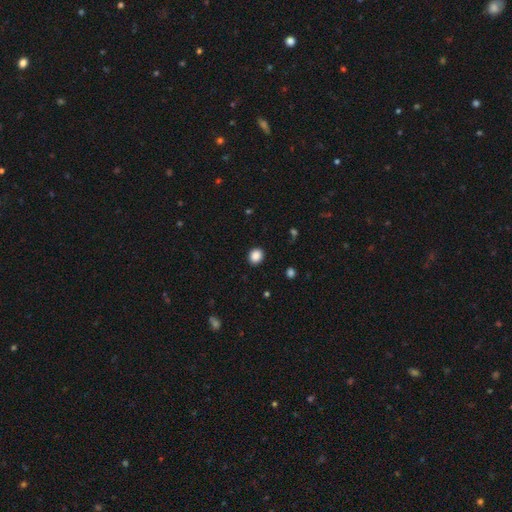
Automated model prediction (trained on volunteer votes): smooth 88%, star or artifact 10%, featured or disk 3%. Down the decision tree: how rounded — round (70%); merging — none (90%).